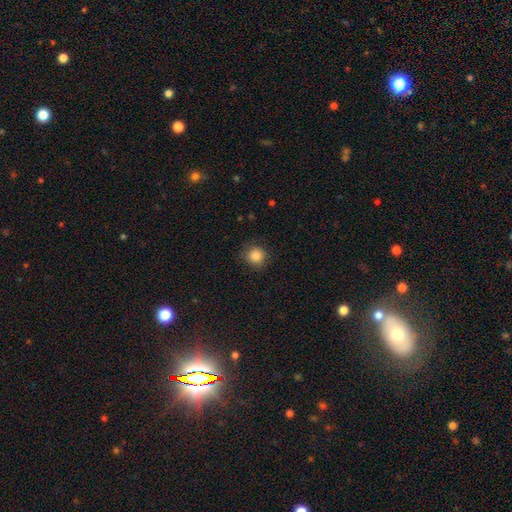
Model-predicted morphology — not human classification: A smooth galaxy with no disk features (87%) that is round (91%). Merging: none (84%).